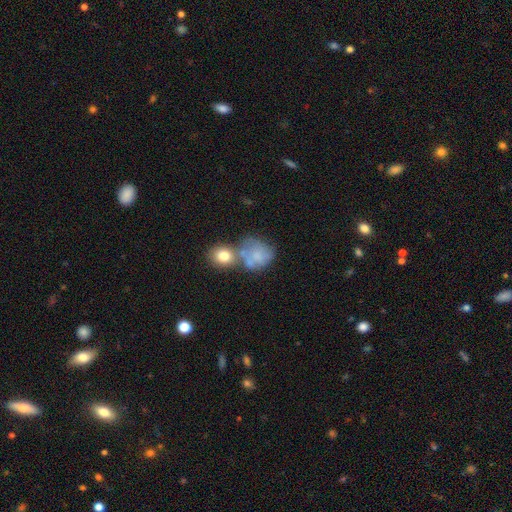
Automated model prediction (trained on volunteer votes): Smooth or featured: smooth — 65% (featured or disk — 25%)
How rounded: round — 62% (in between — 37%)
Merging: merger — 37% (none — 30%)